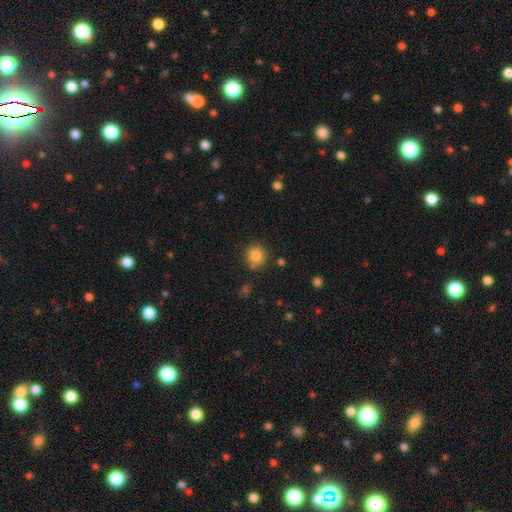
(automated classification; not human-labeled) A smooth galaxy with no disk features (85%) that is round (89%).

Vote fractions:
- Smooth or featured? smooth: 85% / star or artifact: 10% / featured or disk: 5%
- How rounded? round: 89% / in between: 10% / cigar-shaped: 1%
- Merging? none: 76% / minor disturbance: 12% / merger: 8% / major disturbance: 4%